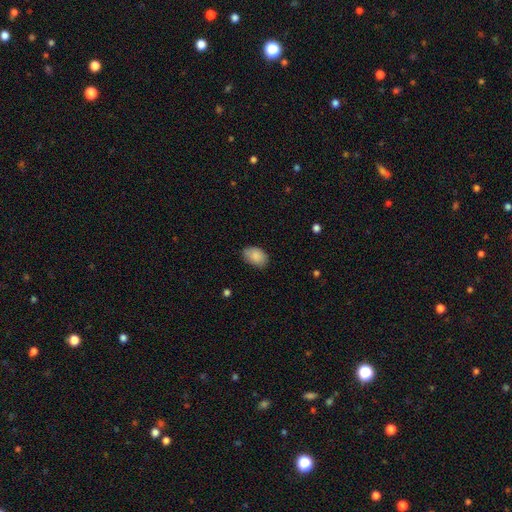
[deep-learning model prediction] smooth-or-featured: smooth: 87% | star or artifact: 7% | featured or disk: 6%
  how-rounded: in between: 85% | round: 14% | cigar-shaped: 1%
  merging: none: 77% | minor disturbance: 19% | major disturbance: 3% | merger: 1%